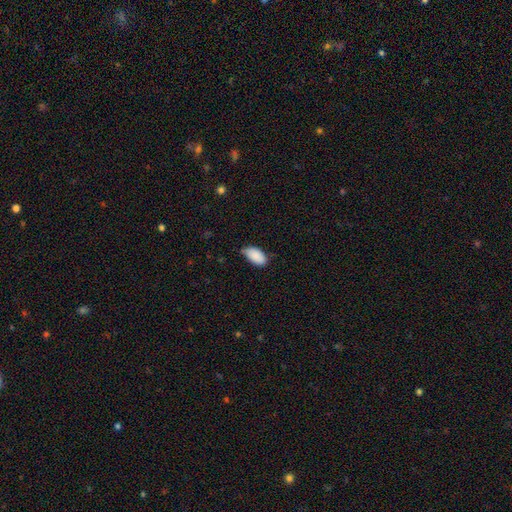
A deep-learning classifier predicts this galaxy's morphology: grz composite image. It shows a smooth galaxy with no disk features (89%) that is in between round and cigar-shaped (95%). Merging: none (61%).